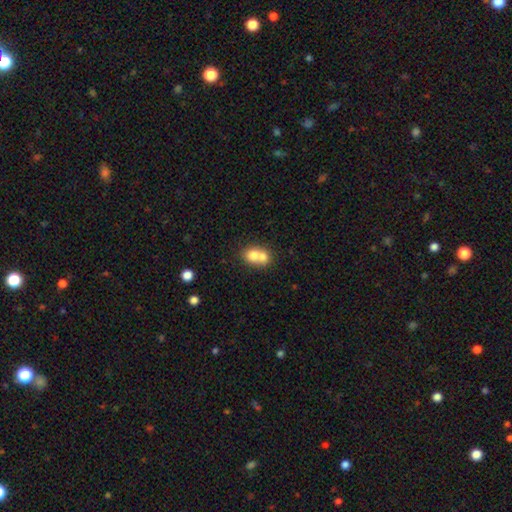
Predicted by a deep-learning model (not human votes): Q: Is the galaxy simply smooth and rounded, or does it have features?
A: smooth — 70%.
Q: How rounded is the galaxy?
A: round — 59%.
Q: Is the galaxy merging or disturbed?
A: merger — 69%.